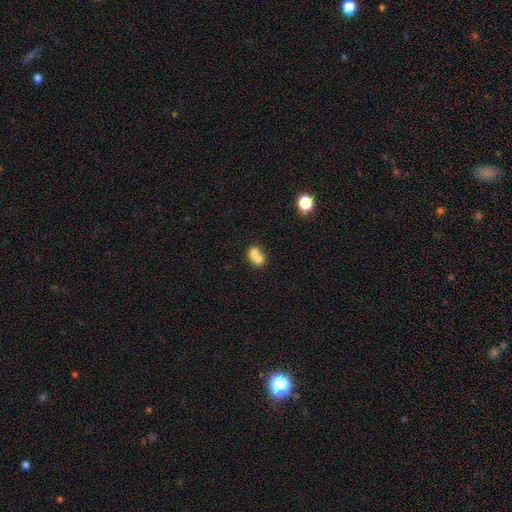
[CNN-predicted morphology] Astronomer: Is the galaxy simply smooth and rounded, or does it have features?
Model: smooth — 68%.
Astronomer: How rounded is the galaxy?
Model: round — 59% (runner-up: in between, 40%).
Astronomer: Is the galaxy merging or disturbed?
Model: merger — 72%.